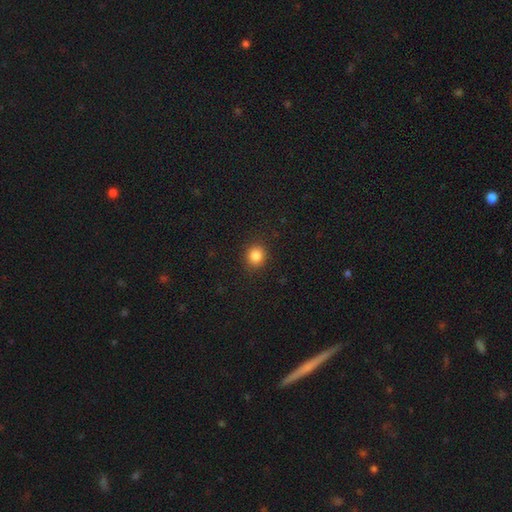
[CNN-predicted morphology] A smooth galaxy with no disk features (85%) that is round (82%). Merging: none (89%).